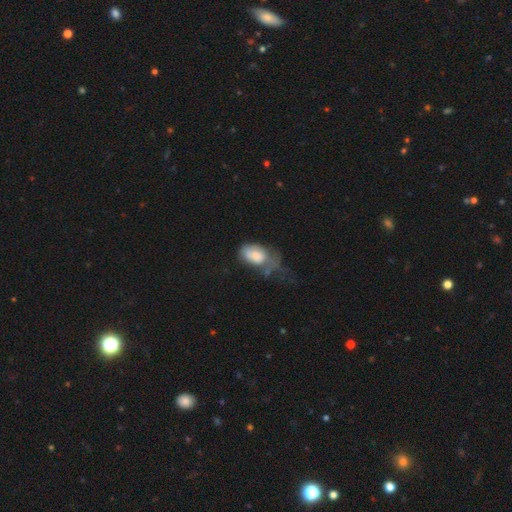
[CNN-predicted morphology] This appears to be a smooth galaxy with no disk features (72%) that is in between round and cigar-shaped (88%). Merging: major disturbance (43%).